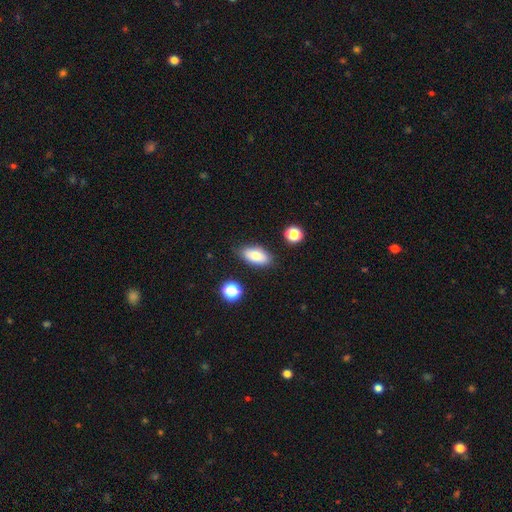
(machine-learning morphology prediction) A smooth galaxy with no disk features (79%) that is in between round and cigar-shaped (88%). Merging: none (81%).